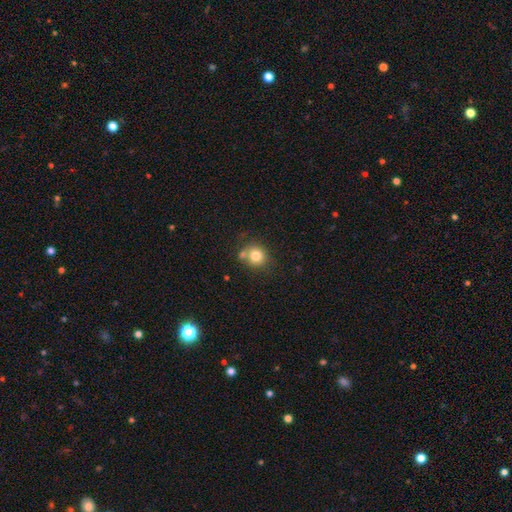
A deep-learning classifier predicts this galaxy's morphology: This appears to be a smooth galaxy with no disk features (79%) that is round (84%). Merging: none (60%).